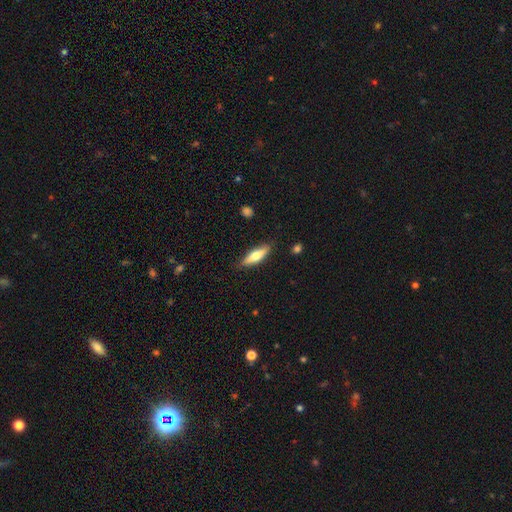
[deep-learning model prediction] This is possibly a smooth galaxy (58%). How rounded: likely cigar-shaped (63%). Merging: clearly none (85%).